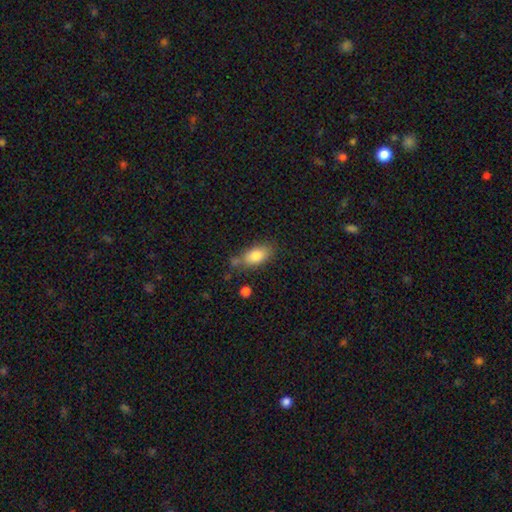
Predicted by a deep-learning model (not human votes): A smooth galaxy with no disk features (81%) that is in between round and cigar-shaped (87%).

Vote fractions:
- Smooth or featured? smooth: 81% / featured or disk: 11% / star or artifact: 8%
- How rounded? in between: 87% / cigar-shaped: 7% / round: 6%
- Merging? none: 62% / minor disturbance: 23% / merger: 9% / major disturbance: 6%